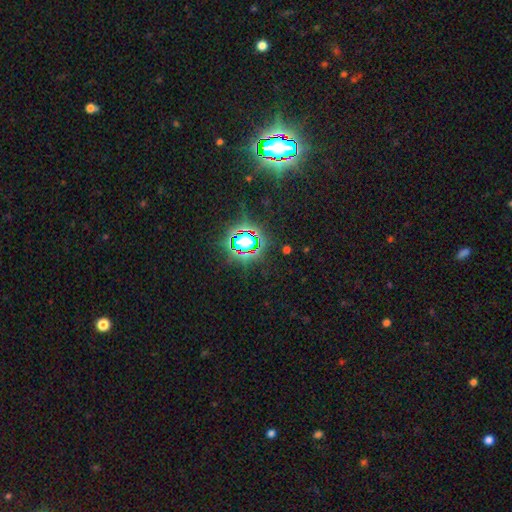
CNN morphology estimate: This appears to be a star or artifact, not a galaxy (82%).